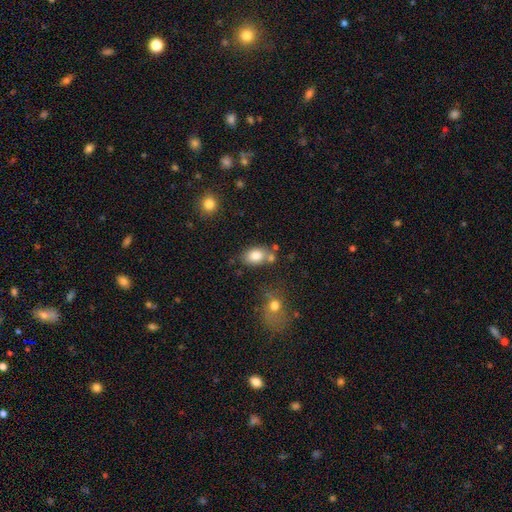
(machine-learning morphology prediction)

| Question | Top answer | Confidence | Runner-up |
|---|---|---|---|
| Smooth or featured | smooth | 82% | featured or disk (9%) |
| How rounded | in between | 80% | round (18%) |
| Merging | none | 62% | merger (17%) |